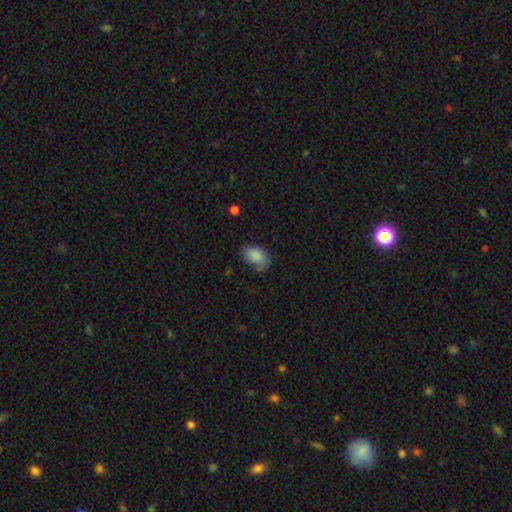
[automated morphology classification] Q: Smooth or featured?
A: smooth (86%); runner-up: star or artifact (8%)
Q: How rounded?
A: in between (86%); runner-up: round (13%)
Q: Merging?
A: none (67%); runner-up: minor disturbance (24%)